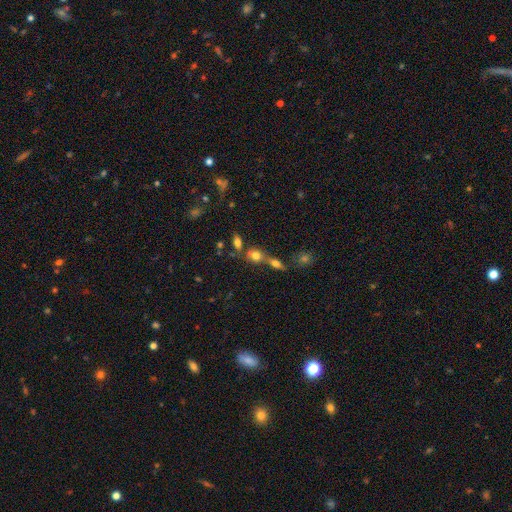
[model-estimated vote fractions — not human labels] smooth 72%, star or artifact 14%, featured or disk 14%. Down the decision tree: how rounded — in between (50%); merging — merger (45%).